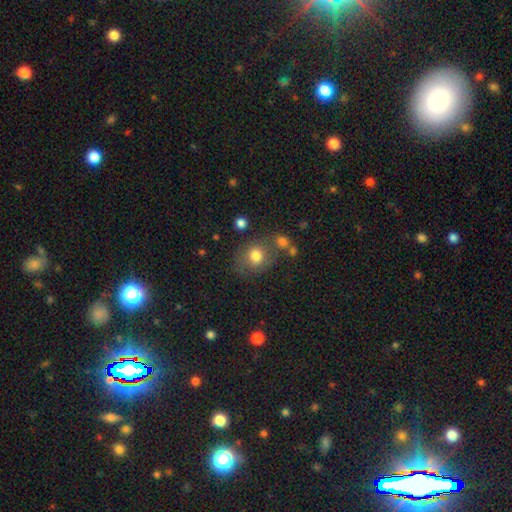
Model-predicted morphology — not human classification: Smooth or featured: smooth — 77% (star or artifact — 12%)
How rounded: round — 68% (in between — 31%)
Merging: none — 67% (minor disturbance — 16%)